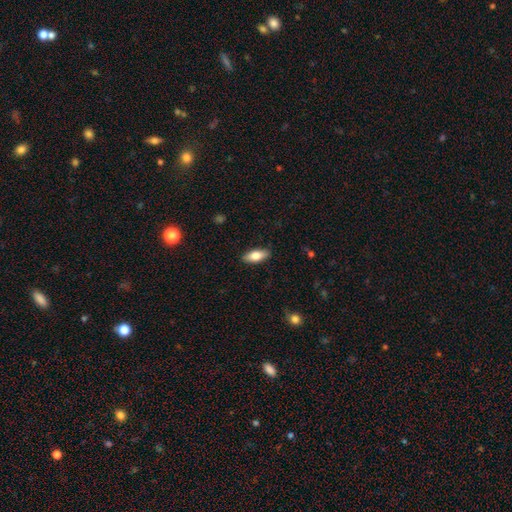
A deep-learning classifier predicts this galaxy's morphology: The model was most divided on "smooth or featured": smooth: 77%, featured or disk: 17%, star or artifact: 6%. More confident: merging — none (89%); how rounded — in between (80%).